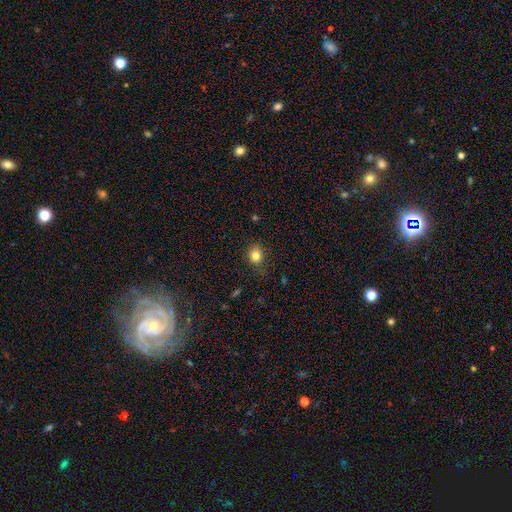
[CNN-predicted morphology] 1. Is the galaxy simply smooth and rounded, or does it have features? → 81% smooth, 13% star or artifact, 7% featured or disk.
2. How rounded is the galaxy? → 71% round, 28% in between, 1% cigar-shaped.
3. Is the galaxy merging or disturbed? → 81% none, 14% minor disturbance, 3% major disturbance, 1% merger.